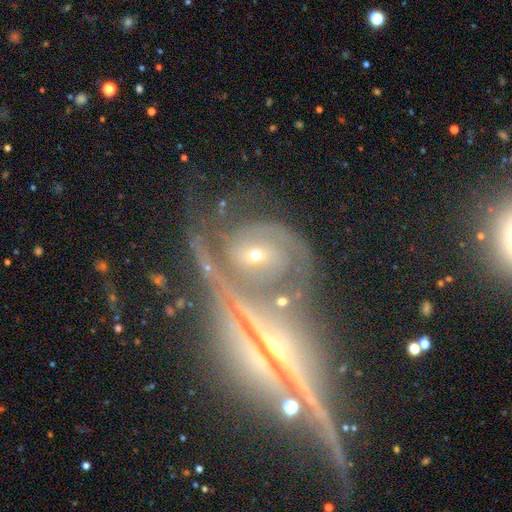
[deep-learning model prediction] smooth_or_featured: featured or disk (p=0.71) [alt: smooth p=0.17]
disk_edge_on: no (p=0.95) [alt: yes p=0.05]
bar: no (p=0.55) [alt: weak p=0.27]
has_spiral_arms: yes (p=0.85) [alt: no p=0.15]
spiral_winding: tight (p=0.57) [alt: medium p=0.30]
spiral_arm_count: 2 (p=0.40) [alt: can't tell p=0.26]
bulge_size: small (p=0.62) [alt: moderate p=0.31]
merging: none (p=0.36) [tied with: merger p=0.36]